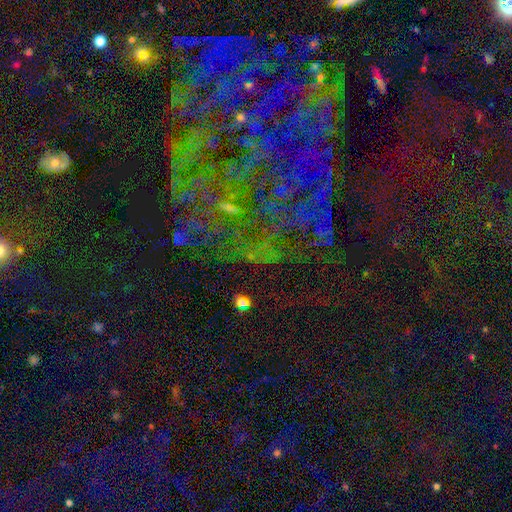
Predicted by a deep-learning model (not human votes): A star or artifact, not a galaxy (73%).

Vote fractions:
- Smooth or featured? star or artifact: 73% / featured or disk: 16% / smooth: 11%